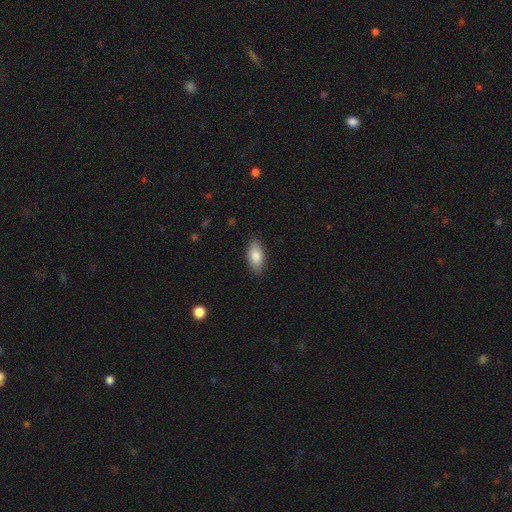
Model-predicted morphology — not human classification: Smooth or featured?
  - smooth: 84% *
  - featured or disk: 10%
  - star or artifact: 6%
How rounded?
  - in between: 89% *
  - cigar-shaped: 8%
  - round: 3%
Merging?
  - none: 87% *
  - minor disturbance: 10%
  - major disturbance: 2%
  - merger: 1%